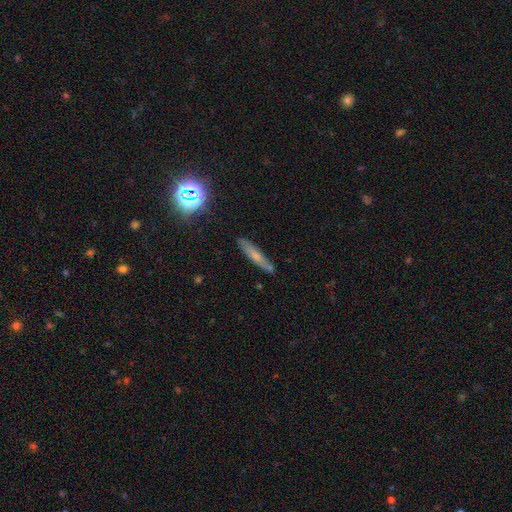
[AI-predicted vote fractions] Q: Smooth or featured?
A: smooth (45%); runner-up: featured or disk (40%)
Q: Merging?
A: none (82%); runner-up: minor disturbance (13%)